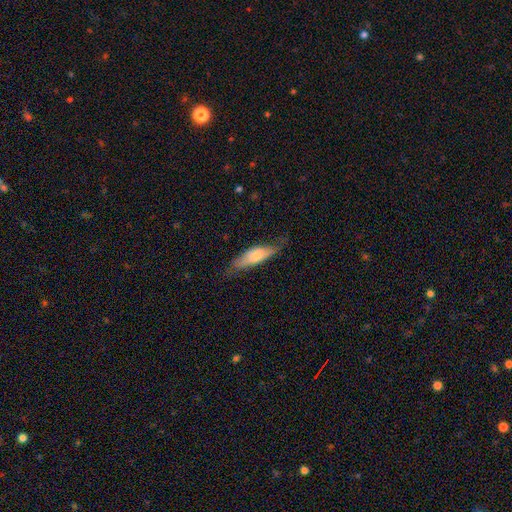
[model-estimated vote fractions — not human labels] Smooth or featured? smooth (64%)
How rounded? cigar-shaped (53%)
Merging? none (61%)